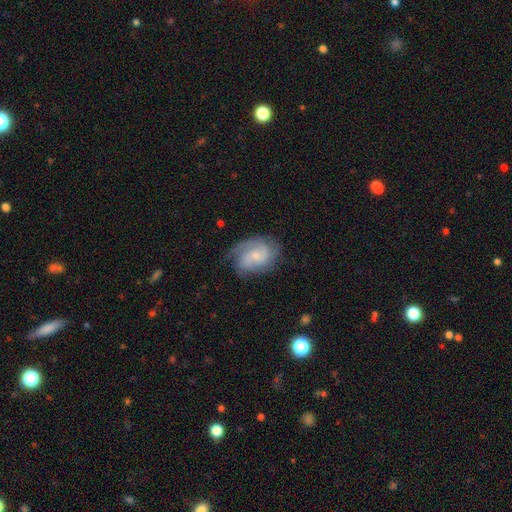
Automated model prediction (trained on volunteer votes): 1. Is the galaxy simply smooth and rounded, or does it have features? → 72% featured or disk, 21% smooth, 7% star or artifact.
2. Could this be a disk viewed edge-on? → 97% no, 3% yes.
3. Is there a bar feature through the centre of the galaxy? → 62% no, 33% weak, 5% strong.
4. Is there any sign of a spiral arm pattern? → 93% yes, 7% no.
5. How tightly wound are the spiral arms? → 44% medium, 39% tight, 17% loose.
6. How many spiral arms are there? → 50% 2, 21% can't tell, 16% 3, 7% 1, 3% 4, 3% more than 4.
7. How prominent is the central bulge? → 62% small, 31% moderate, 4% none, 2% large, 1% dominant.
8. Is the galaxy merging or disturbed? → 66% none, 23% minor disturbance, 10% major disturbance, 2% merger.